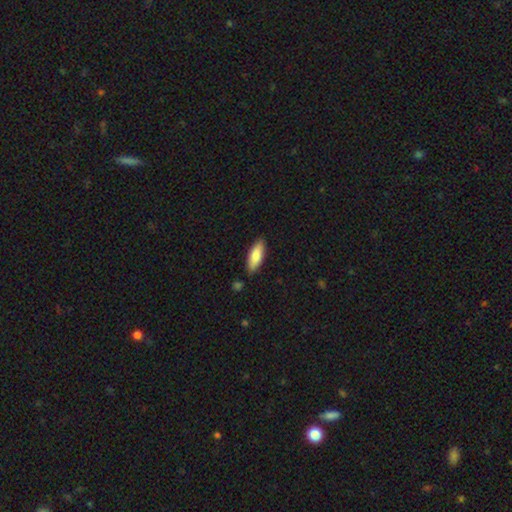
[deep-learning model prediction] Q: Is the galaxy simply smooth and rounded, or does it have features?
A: smooth — 82%.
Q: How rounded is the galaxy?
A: in between — 67%.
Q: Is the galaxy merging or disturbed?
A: none — 85%.